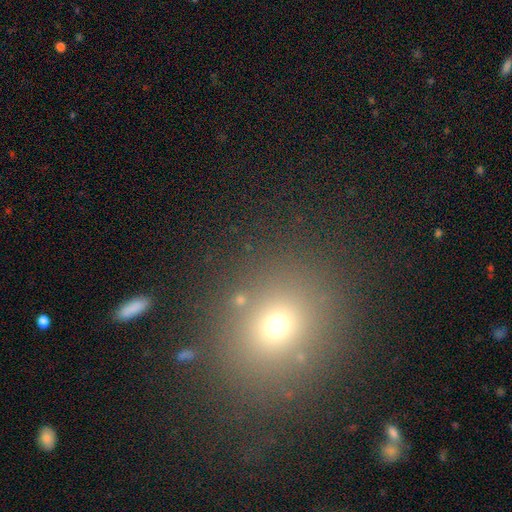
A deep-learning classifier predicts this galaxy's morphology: smooth-or-featured: smooth: 62% | star or artifact: 28% | featured or disk: 10%
  how-rounded: round: 79% | in between: 20% | cigar-shaped: 1%
  merging: none: 85% | minor disturbance: 8% | major disturbance: 4% | merger: 3%